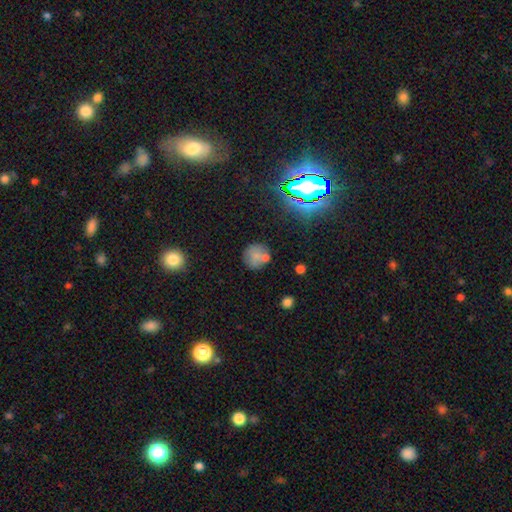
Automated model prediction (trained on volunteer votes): smooth 65%, featured or disk 20%, star or artifact 15%. Down the decision tree: how rounded — round (87%); merging — none (59%).